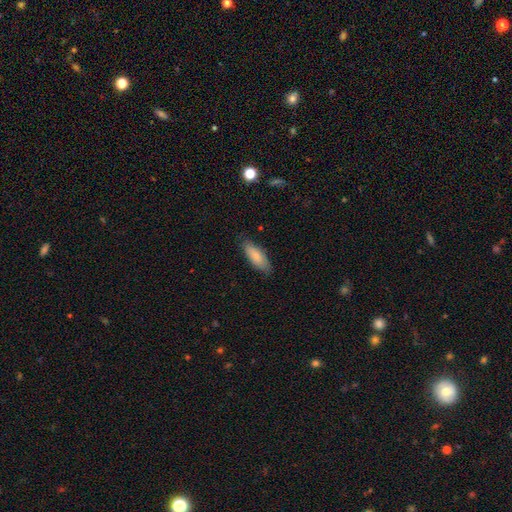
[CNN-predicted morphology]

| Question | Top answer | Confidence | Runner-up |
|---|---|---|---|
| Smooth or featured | smooth | 84% | featured or disk (11%) |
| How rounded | in between | 68% | cigar-shaped (31%) |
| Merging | none | 82% | minor disturbance (15%) |